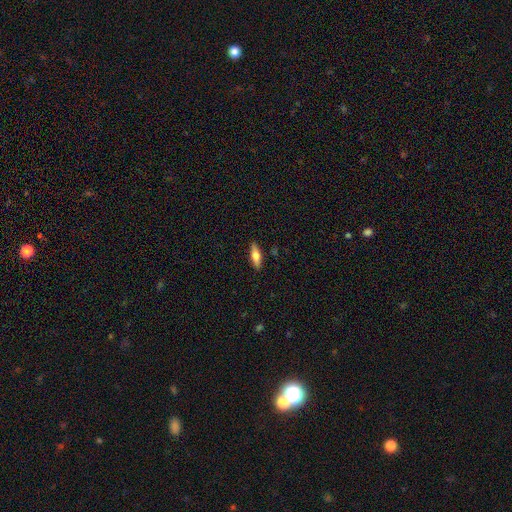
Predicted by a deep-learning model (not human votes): Smooth or featured? Predicted: smooth (p=0.61). How rounded? Predicted: in between (p=0.54). Merging? Predicted: none (p=0.88).